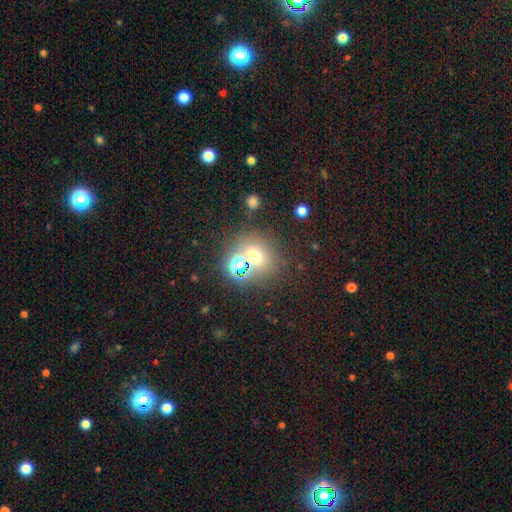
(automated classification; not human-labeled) Smooth or featured? smooth (56%)
How rounded? round (80%)
Merging? none (63%)